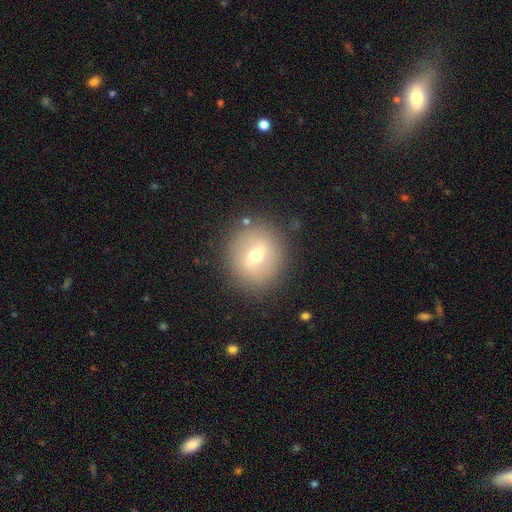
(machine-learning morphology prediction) Smooth or featured? smooth (55%)
How rounded? round (86%)
Merging? none (85%)